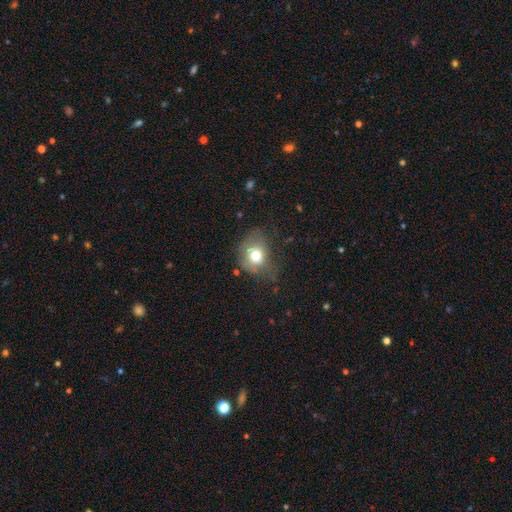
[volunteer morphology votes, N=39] Smooth or featured?
  - smooth: 79% *
  - featured or disk: 18%
  - star or artifact: 3%
How rounded?
  - round: 71% *
  - in between: 29%
  - cigar-shaped: 0%
Merging?
  - minor disturbance: 45% *
  - none: 26%
  - major disturbance: 26%
  - merger: 3%